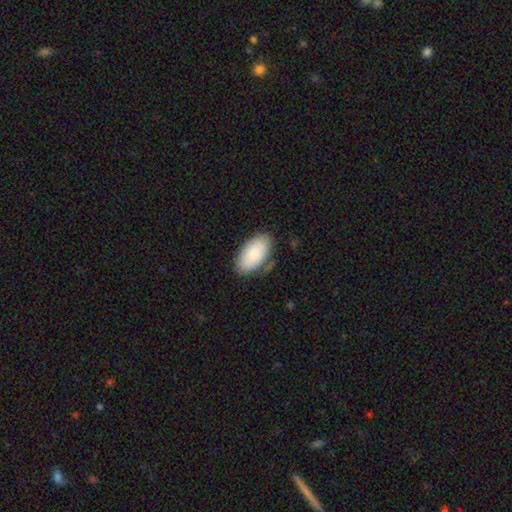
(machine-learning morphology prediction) type=smooth (83%); roundness=in between (95%); merging=none (75%).